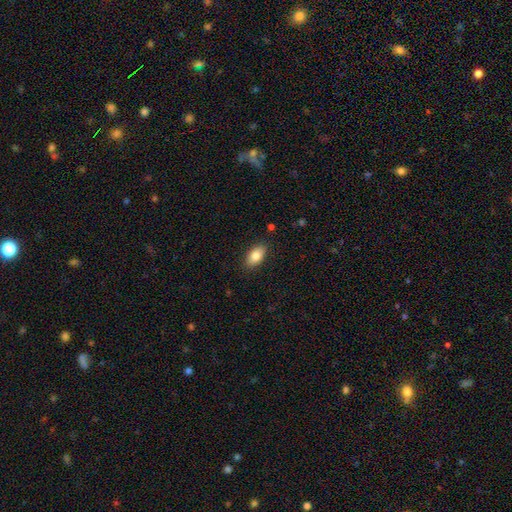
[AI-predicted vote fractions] This appears to be a smooth galaxy with no disk features (84%) that is in between round and cigar-shaped (92%). Merging: none (87%).